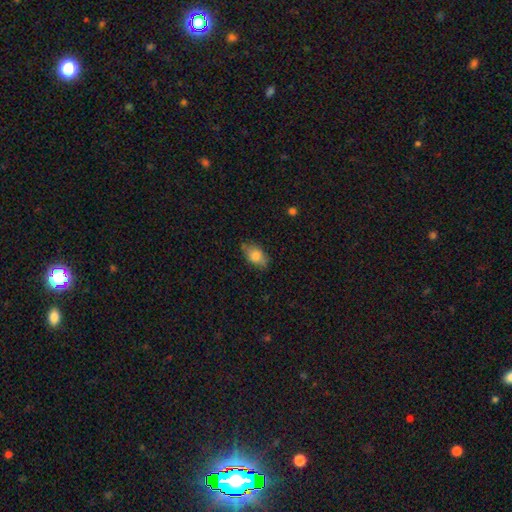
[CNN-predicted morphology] Smooth or featured? Predicted: smooth (p=0.79). How rounded? Predicted: in between (p=0.89). Merging? Predicted: none (p=0.72).